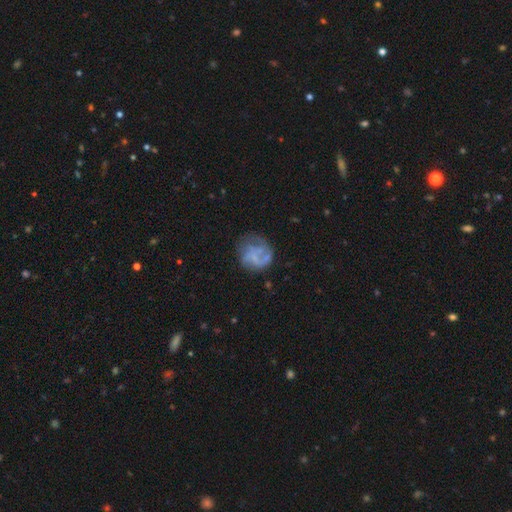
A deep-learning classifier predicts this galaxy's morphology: Overall: featured or disk (52%; smooth 38%). Edge-on disk: no (98%). Bar: no (76%). Spiral arms: no (50%, tied with yes). Bulge size: none (67%). Merging: none (52%; major disturbance 23%).